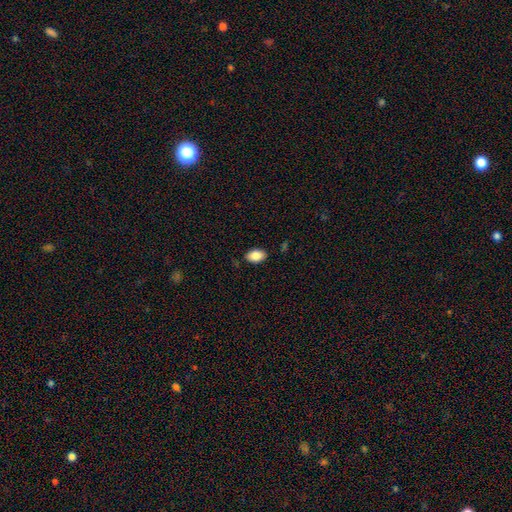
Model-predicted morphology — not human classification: This appears to be a smooth galaxy with no disk features (87%) that is in between round and cigar-shaped (91%). Merging: none (84%).